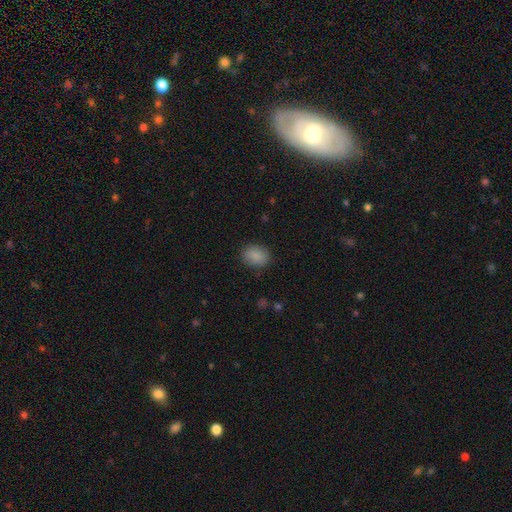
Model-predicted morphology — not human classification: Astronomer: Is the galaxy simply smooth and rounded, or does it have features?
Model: smooth — 88%.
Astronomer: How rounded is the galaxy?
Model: in between — 62% (runner-up: round, 37%).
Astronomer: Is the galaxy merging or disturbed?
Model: none — 87%.